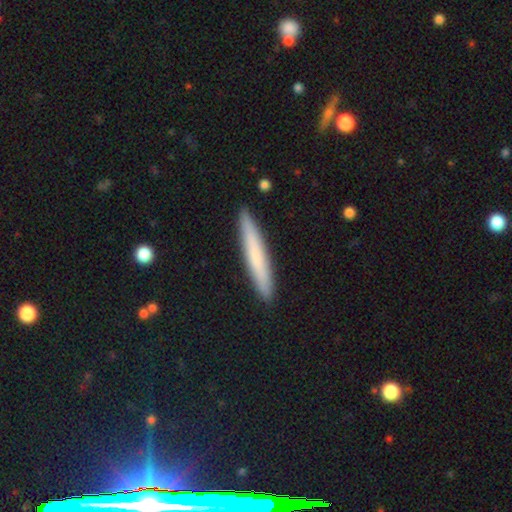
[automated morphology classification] Q: Smooth or featured?
A: smooth (68%); runner-up: featured or disk (26%)
Q: How rounded?
A: cigar-shaped (95%); runner-up: in between (4%)
Q: Merging?
A: none (91%); runner-up: minor disturbance (7%)